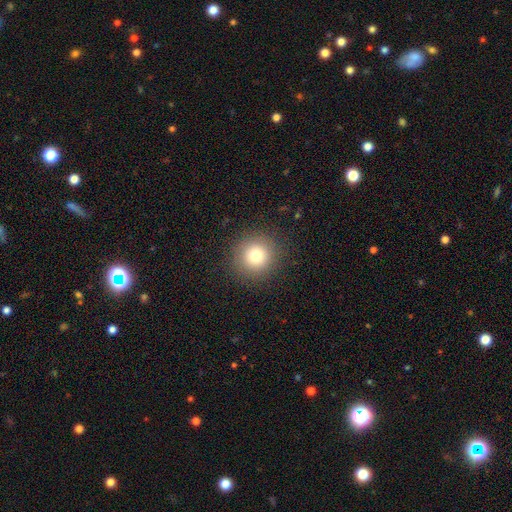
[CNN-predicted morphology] This appears to be a smooth galaxy with no disk features (78%) that is round (94%). Merging: none (90%).